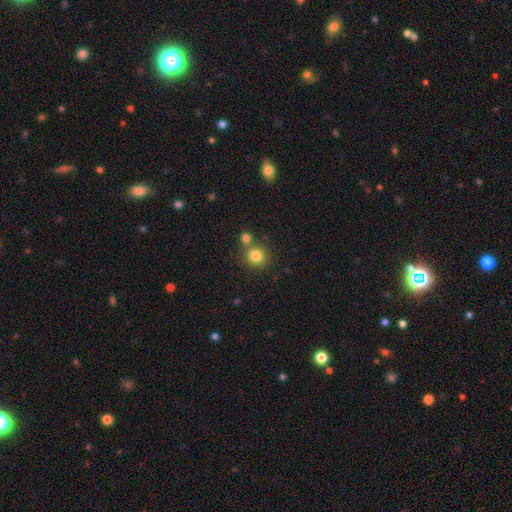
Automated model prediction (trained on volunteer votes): Overall: smooth (82%). How rounded: round (87%). Merging: none (66%).